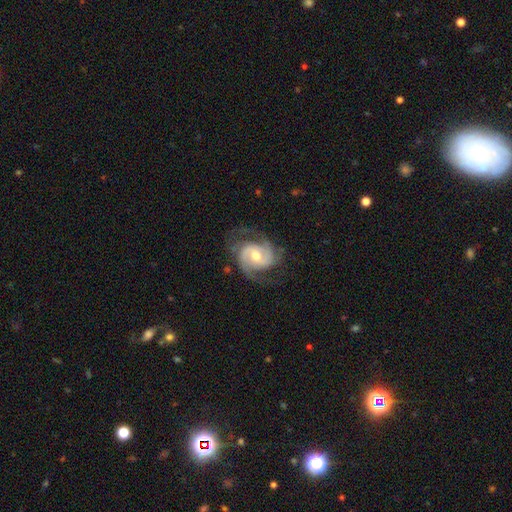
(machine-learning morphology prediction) featured or disk 88%, smooth 7%, star or artifact 5%. Down the decision tree: edge-on disk — no (98%); bar — weak (44%); spiral arms — yes (97%); spiral arm count — 2 (77%); spiral winding — medium (48%); bulge size — moderate (70%); merging — none (69%).